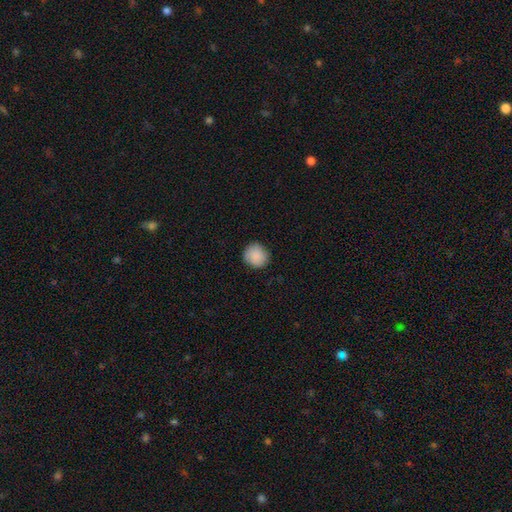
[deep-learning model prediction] Smooth or featured: smooth — 89% (star or artifact — 7%)
How rounded: round — 91% (in between — 8%)
Merging: none — 88% (minor disturbance — 9%)